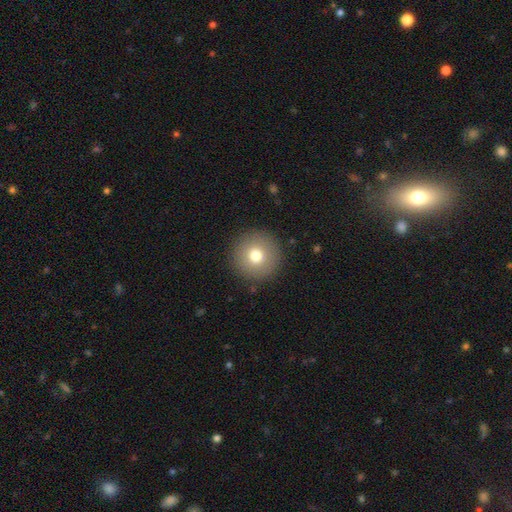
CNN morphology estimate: A smooth galaxy with no disk features (76%) that is round (96%). Merging: none (90%).